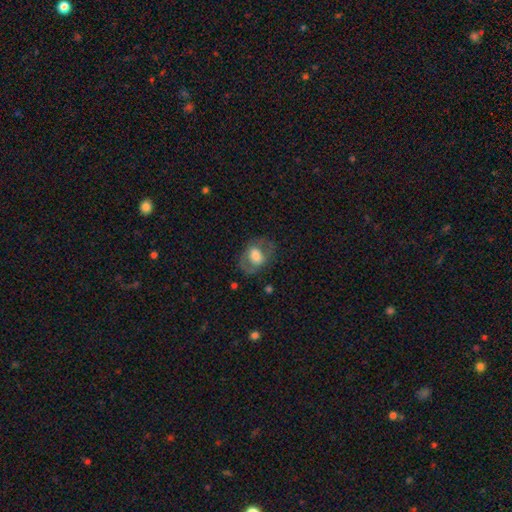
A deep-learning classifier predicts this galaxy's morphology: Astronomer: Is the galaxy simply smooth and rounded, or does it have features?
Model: smooth — 51% (runner-up: featured or disk, 41%).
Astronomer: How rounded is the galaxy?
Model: in between — 68%.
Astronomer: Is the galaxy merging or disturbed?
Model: none — 63%.